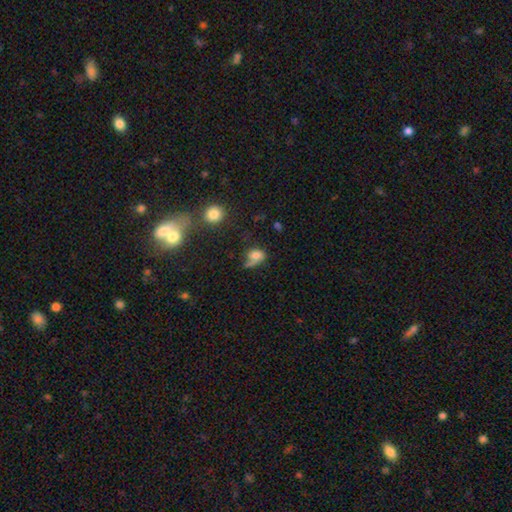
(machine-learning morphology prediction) smooth 66%, featured or disk 21%, star or artifact 13%. Down the decision tree: how rounded — in between (58%); merging — major disturbance (32%, tied with none).